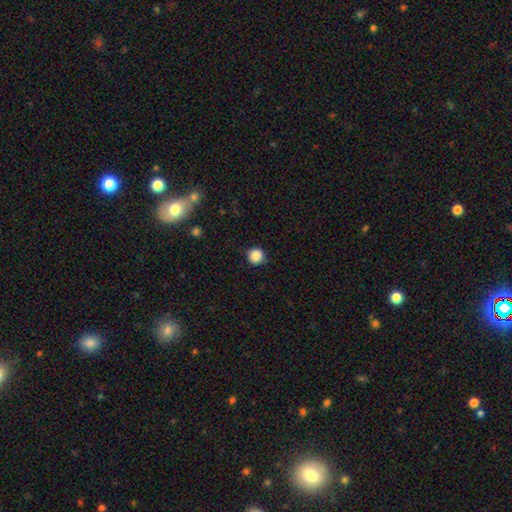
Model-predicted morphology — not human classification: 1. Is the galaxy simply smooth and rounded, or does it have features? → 87% smooth, 10% star or artifact, 3% featured or disk.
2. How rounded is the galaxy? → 94% round, 5% in between, 1% cigar-shaped.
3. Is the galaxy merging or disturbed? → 90% none, 7% minor disturbance, 2% major disturbance, 1% merger.